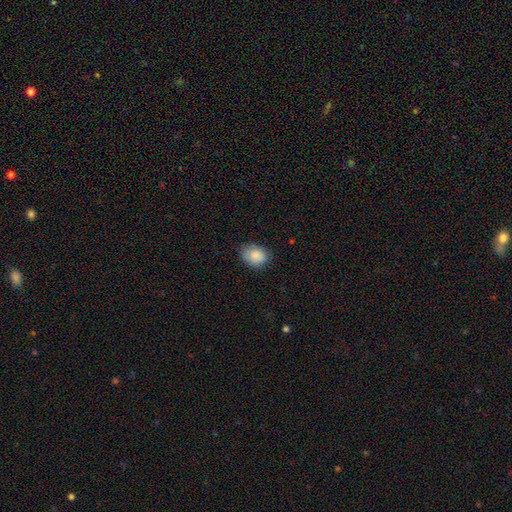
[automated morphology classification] This appears to be a smooth galaxy with no disk features (86%) that is in between round and cigar-shaped (72%). Merging: none (75%).